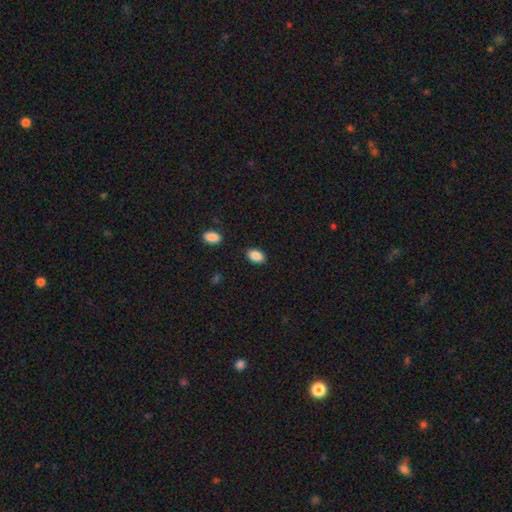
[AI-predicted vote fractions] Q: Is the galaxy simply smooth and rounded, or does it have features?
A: smooth — 88%.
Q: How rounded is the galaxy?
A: in between — 87%.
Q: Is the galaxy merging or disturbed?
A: none — 87%.